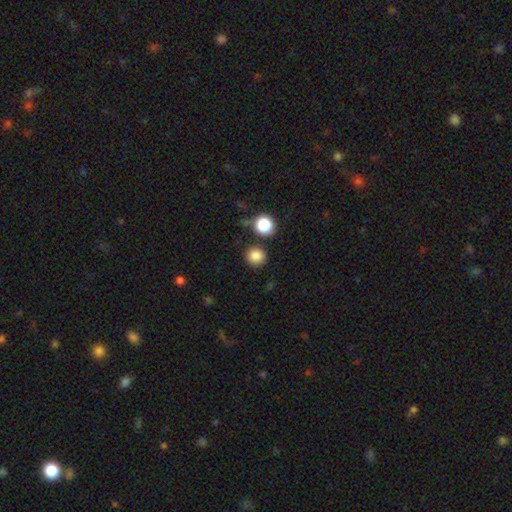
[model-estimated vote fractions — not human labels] A smooth galaxy with no disk features (84%) that is round (92%). Merging: none (84%).